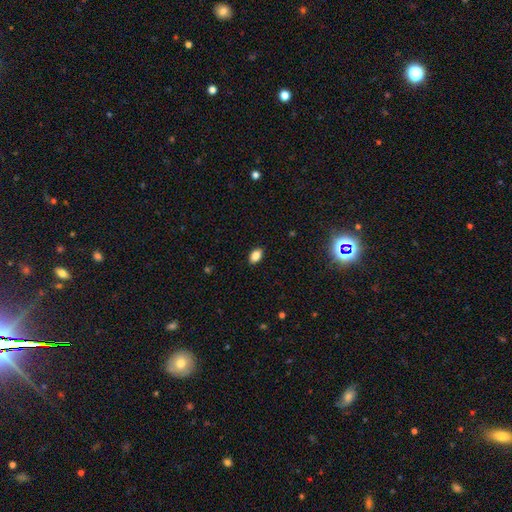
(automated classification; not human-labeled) Smooth or featured?
  - smooth: 85% *
  - star or artifact: 9%
  - featured or disk: 6%
How rounded?
  - in between: 89% *
  - round: 9%
  - cigar-shaped: 2%
Merging?
  - none: 88% *
  - minor disturbance: 9%
  - major disturbance: 2%
  - merger: 1%